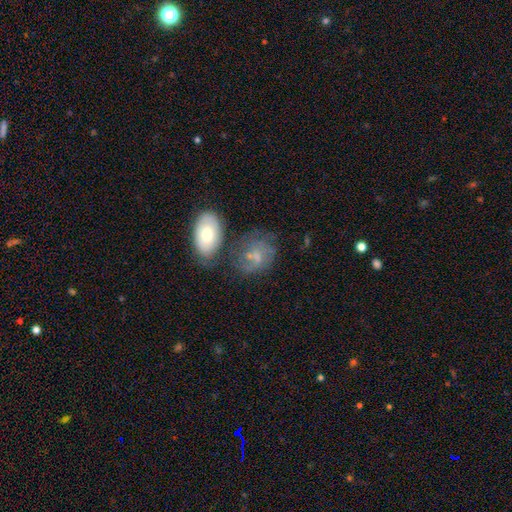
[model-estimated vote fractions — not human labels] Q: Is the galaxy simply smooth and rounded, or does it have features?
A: smooth — 45%.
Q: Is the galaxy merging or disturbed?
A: none — 44%.